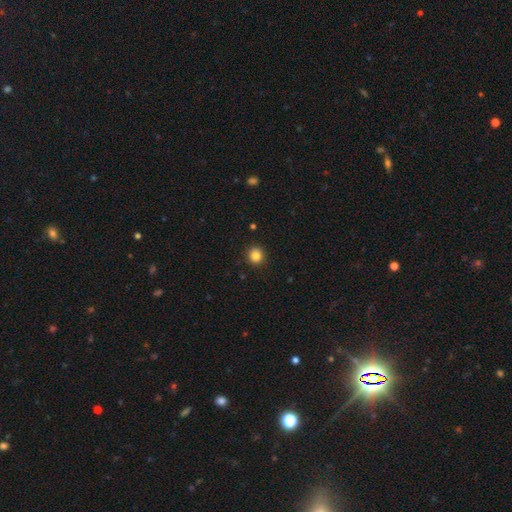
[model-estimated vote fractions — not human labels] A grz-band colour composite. It shows a smooth galaxy with no disk features (84%) that is round (89%). Merging: none (91%).